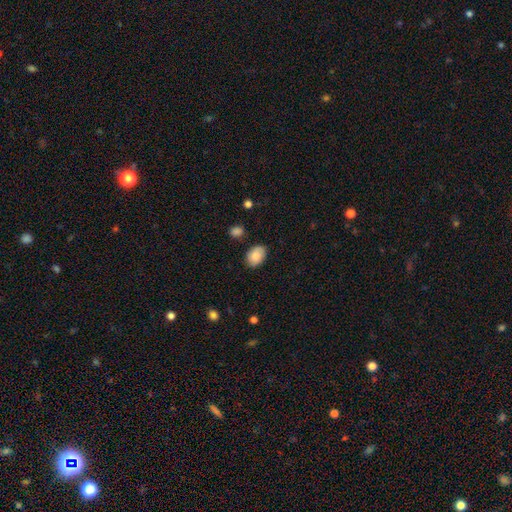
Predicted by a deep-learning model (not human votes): Overall: smooth (82%). How rounded: in between (82%). Merging: none (83%).